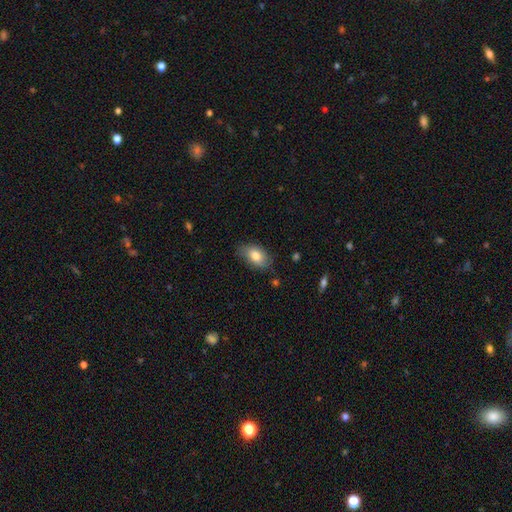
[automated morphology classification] smooth_or_featured: smooth (p=0.80) [alt: featured or disk p=0.13]
how_rounded: in between (p=0.91) [alt: round p=0.07]
merging: none (p=0.75) [alt: minor disturbance p=0.20]